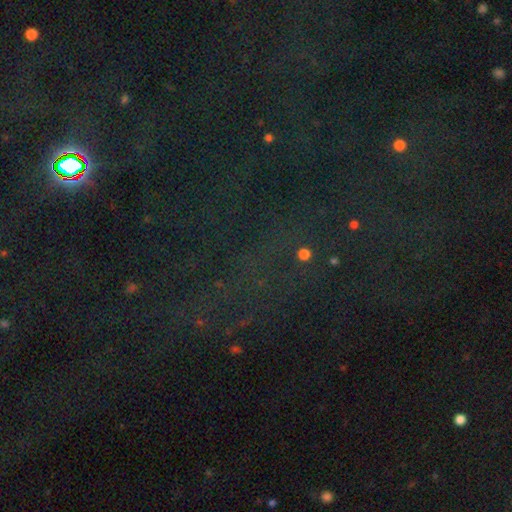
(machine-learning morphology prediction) Smooth or featured? Predicted: star or artifact (p=0.78).